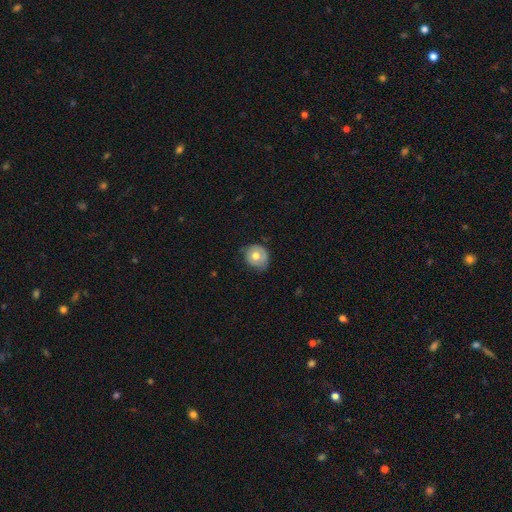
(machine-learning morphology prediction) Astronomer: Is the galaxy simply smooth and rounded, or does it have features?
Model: smooth — 62%.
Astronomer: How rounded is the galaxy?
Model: round — 80%.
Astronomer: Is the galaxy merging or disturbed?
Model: none — 63%.